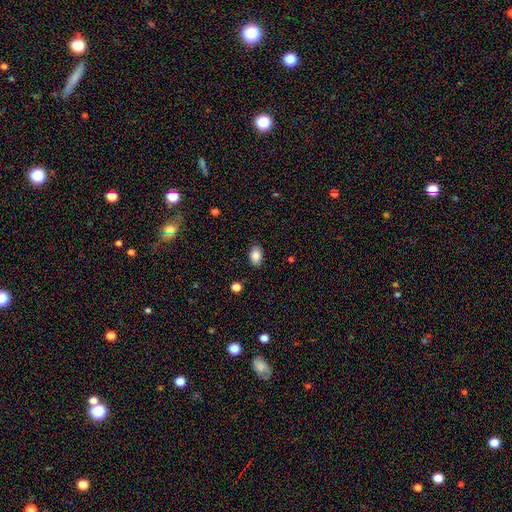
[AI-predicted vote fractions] Smooth or featured?
  - smooth: 88% *
  - star or artifact: 8%
  - featured or disk: 4%
How rounded?
  - in between: 89% *
  - round: 10%
  - cigar-shaped: 1%
Merging?
  - none: 86% *
  - minor disturbance: 10%
  - major disturbance: 3%
  - merger: 1%